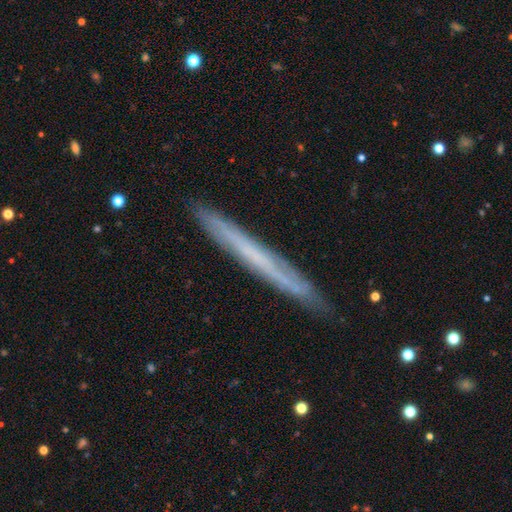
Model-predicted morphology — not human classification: Q: Smooth or featured?
A: featured or disk (53%); runner-up: smooth (40%)
Q: Edge-on disk?
A: yes (93%); runner-up: no (7%)
Q: Merging?
A: none (88%); runner-up: minor disturbance (9%)